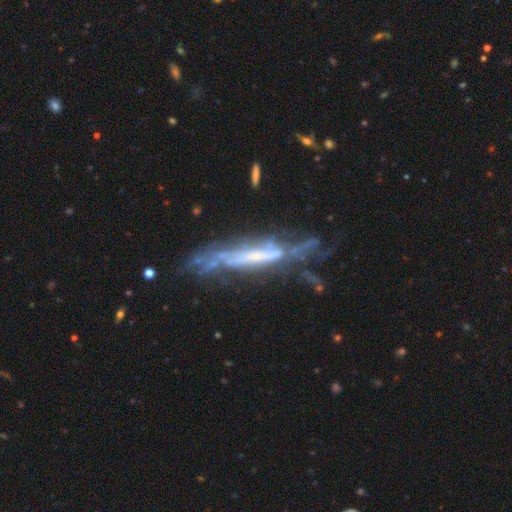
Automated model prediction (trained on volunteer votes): Smooth or featured: featured or disk — 76% (smooth — 15%)
Edge-on disk: yes — 59% (no — 41%)
Merging: none — 42% (major disturbance — 25%)